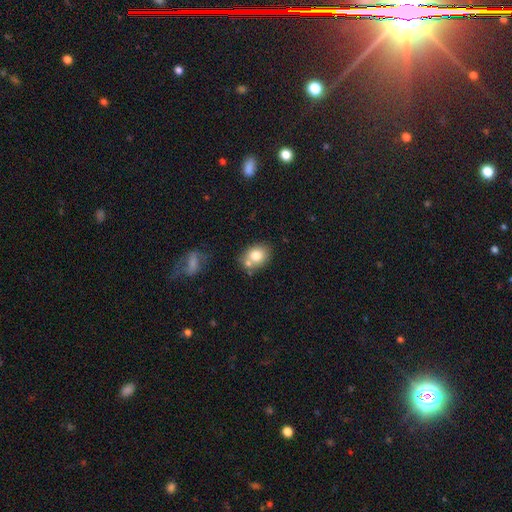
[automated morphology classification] A smooth galaxy with no disk features (77%) that is in between round and cigar-shaped (53%). Merging: none (58%).